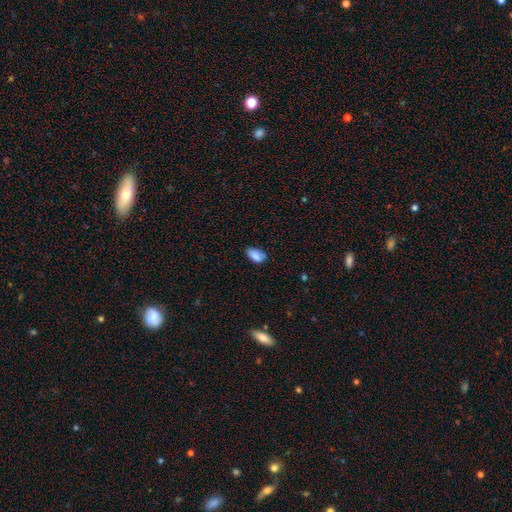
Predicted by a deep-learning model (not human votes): smooth_or_featured: smooth (p=0.86) [alt: star or artifact p=0.08]
how_rounded: in between (p=0.92) [alt: round p=0.06]
merging: none (p=0.72) [alt: minor disturbance p=0.23]